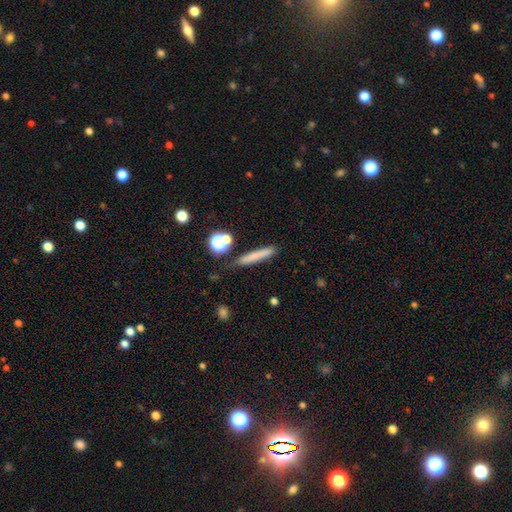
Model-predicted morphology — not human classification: This is likely a smooth galaxy (72%). How rounded: clearly cigar-shaped (90%). Merging: clearly none (81%).